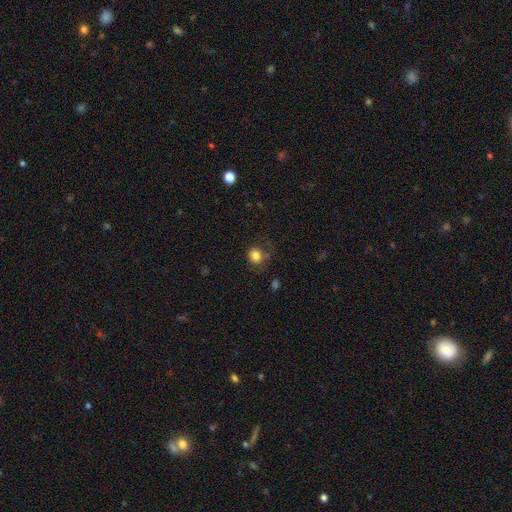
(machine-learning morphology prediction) This is clearly a smooth galaxy (82%). How rounded: likely round (74%). Merging: likely none (64%).